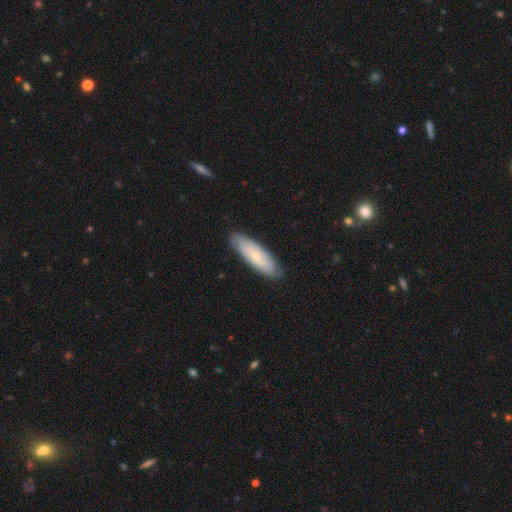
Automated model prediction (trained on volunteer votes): Morphology: type=smooth (65%); roundness=cigar-shaped (51%); merging=none (86%).